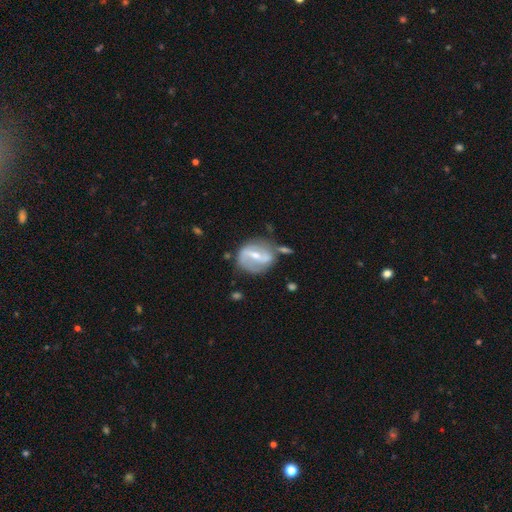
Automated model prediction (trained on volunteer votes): Smooth or featured? Predicted: featured or disk (p=0.74). Edge-on disk? Predicted: no (p=0.94). Bar? Predicted: strong (p=0.57). Spiral arms? Predicted: yes (p=0.72). Spiral winding? Predicted: medium (p=0.38, tied with loose). Spiral arm count? Predicted: 2 (p=0.76). Bulge size? Predicted: moderate (p=0.47, tied with small). Merging? Predicted: none (p=0.59).